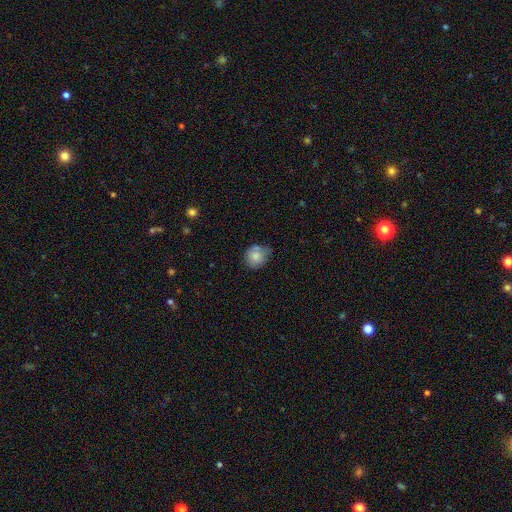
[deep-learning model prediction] smooth-or-featured: smooth: 78% | featured or disk: 14% | star or artifact: 8%
  how-rounded: round: 75% | in between: 24% | cigar-shaped: 1%
  merging: none: 50% | minor disturbance: 34% | major disturbance: 8% | merger: 8%